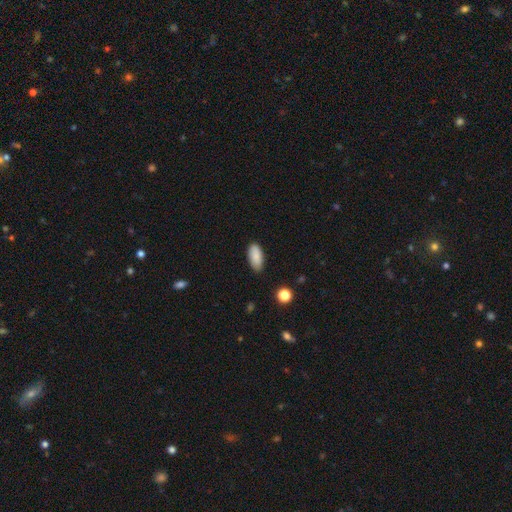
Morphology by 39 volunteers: Volunteers were most divided on "how rounded": in between: 73%, cigar-shaped: 24%, round: 3%. More confident: smooth or featured — smooth (95%); merging — none (92%).